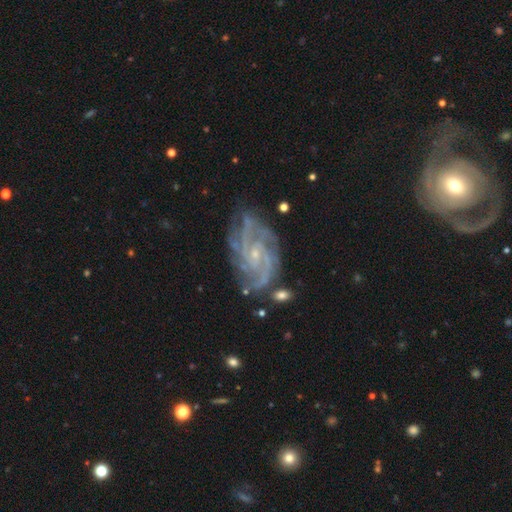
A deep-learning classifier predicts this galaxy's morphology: This is clearly a featured or disk galaxy (88%). It is clearly not viewed edge-on (97%). Bar: possibly no (58%). Spiral arm pattern: clearly yes (98%). Spiral arm count: marginally 4 (32%). Spiral winding: possibly tight (56%). Central bulge: clearly small (82%). Merging: likely none (76%).